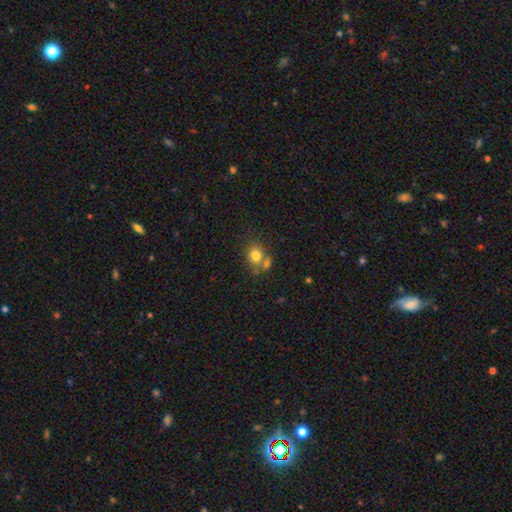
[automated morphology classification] smooth-or-featured: smooth: 78% | featured or disk: 11% | star or artifact: 11%
  how-rounded: round: 52% | in between: 47% | cigar-shaped: 1%
  merging: none: 52% | merger: 29% | minor disturbance: 14% | major disturbance: 5%